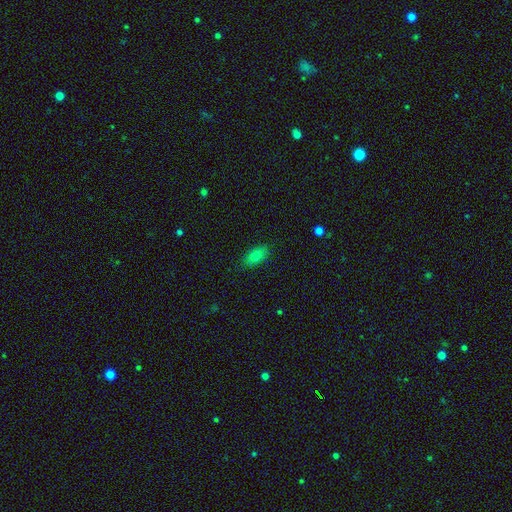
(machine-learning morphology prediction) smooth 78%, featured or disk 11%, star or artifact 11%. Down the decision tree: how rounded — in between (87%); merging — none (85%).